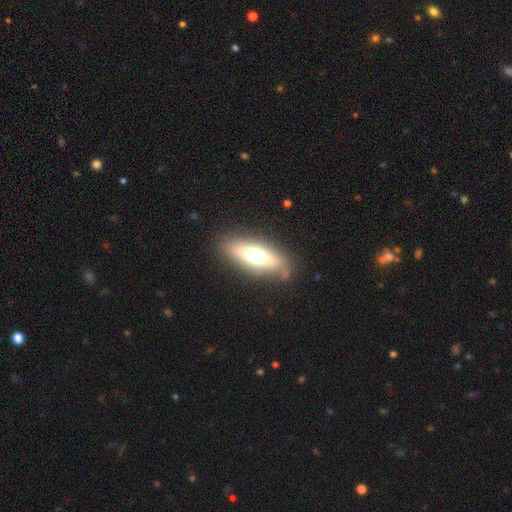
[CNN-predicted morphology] This is possibly a smooth galaxy (50%). How rounded: possibly in between (56%). Merging: clearly none (82%).